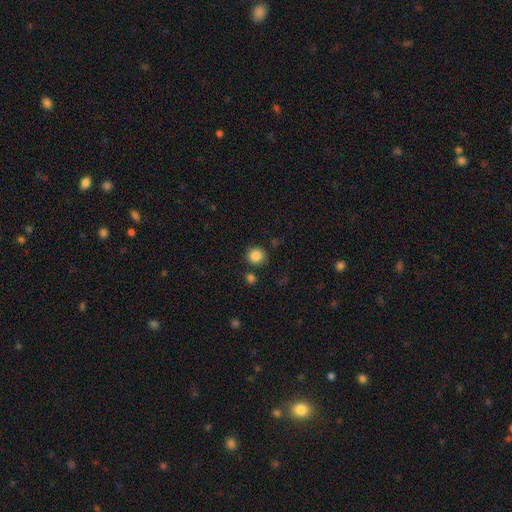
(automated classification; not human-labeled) smooth_or_featured: smooth (p=0.86) [alt: star or artifact p=0.10]
how_rounded: round (p=0.88) [alt: in between p=0.11]
merging: none (p=0.82) [alt: minor disturbance p=0.09]